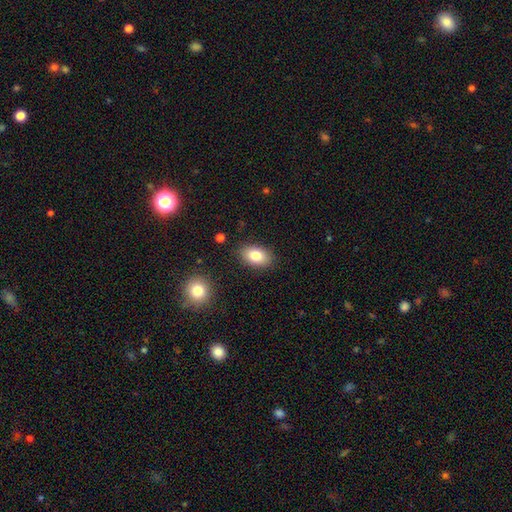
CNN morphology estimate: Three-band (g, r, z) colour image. It shows a smooth galaxy with no disk features (81%) that is in between round and cigar-shaped (88%). Merging: none (86%).